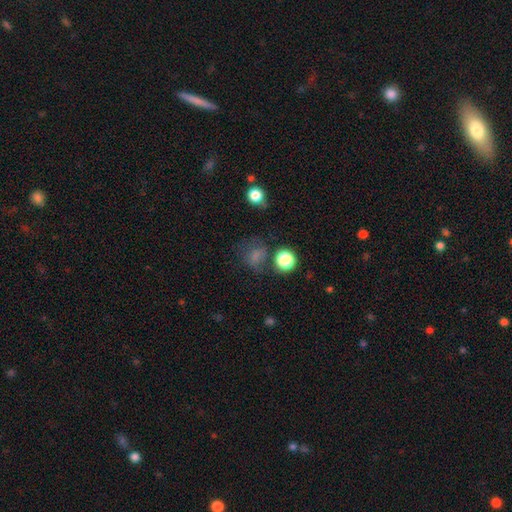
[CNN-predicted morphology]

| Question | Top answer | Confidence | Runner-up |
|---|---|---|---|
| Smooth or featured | smooth | 68% | star or artifact (21%) |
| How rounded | round | 69% | in between (30%) |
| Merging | none | 55% | minor disturbance (21%) |